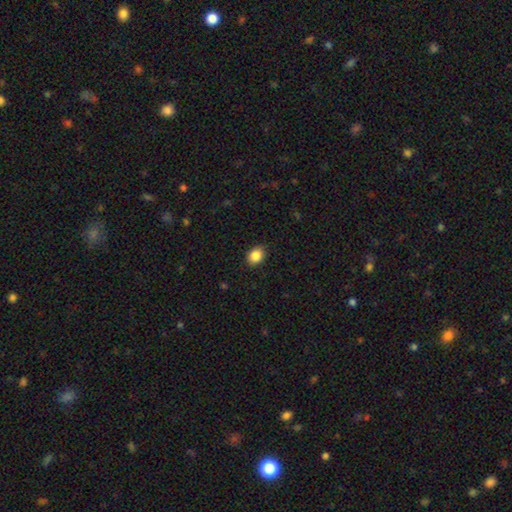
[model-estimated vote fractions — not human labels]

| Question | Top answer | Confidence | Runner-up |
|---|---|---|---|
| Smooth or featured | smooth | 88% | star or artifact (9%) |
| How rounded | in between | 61% | round (38%) |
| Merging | none | 86% | minor disturbance (10%) |